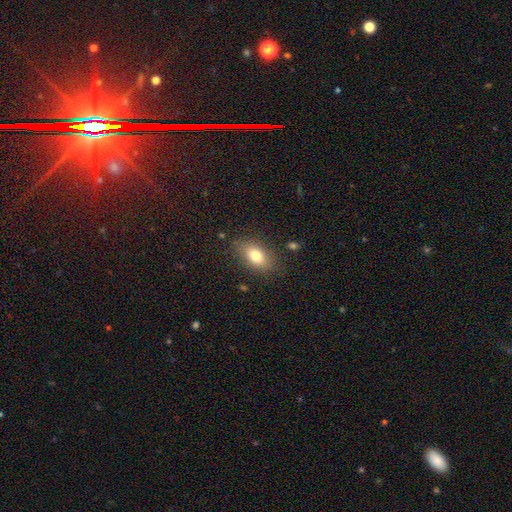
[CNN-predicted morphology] type=smooth (79%); roundness=in between (87%); merging=none (81%).